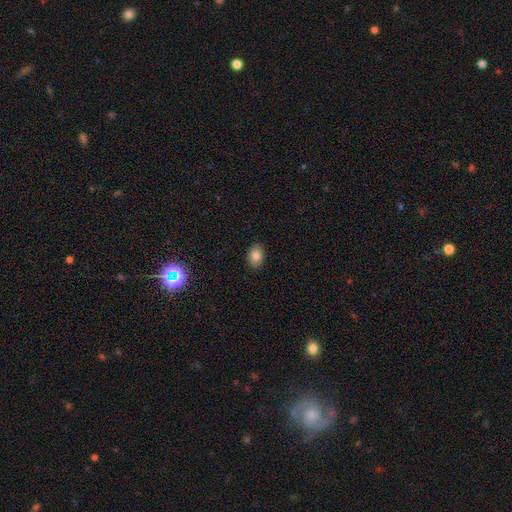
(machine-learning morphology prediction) Q: Smooth or featured?
A: smooth (83%); runner-up: star or artifact (10%)
Q: How rounded?
A: in between (78%); runner-up: round (21%)
Q: Merging?
A: none (88%); runner-up: minor disturbance (9%)